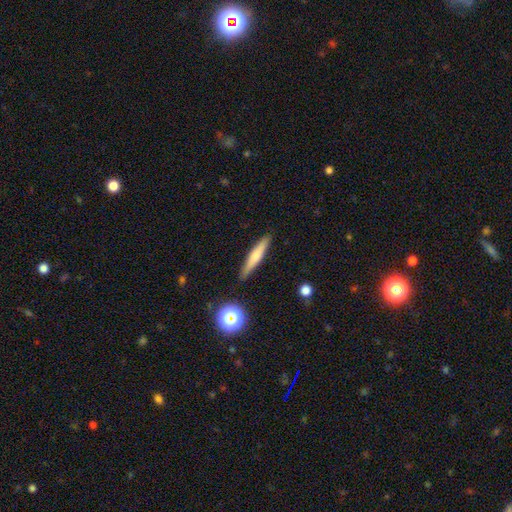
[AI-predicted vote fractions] Smooth or featured? smooth (62%)
How rounded? cigar-shaped (90%)
Merging? none (86%)